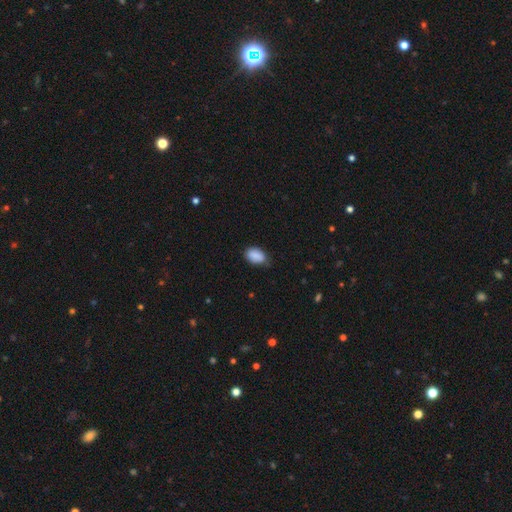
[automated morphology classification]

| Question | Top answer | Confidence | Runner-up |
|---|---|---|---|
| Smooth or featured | smooth | 89% | star or artifact (7%) |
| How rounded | in between | 89% | round (10%) |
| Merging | none | 71% | minor disturbance (24%) |